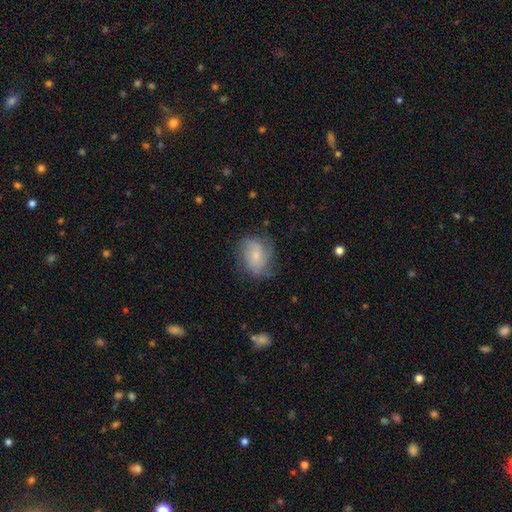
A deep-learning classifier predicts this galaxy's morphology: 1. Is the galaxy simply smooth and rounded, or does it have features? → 54% featured or disk, 38% smooth, 9% star or artifact.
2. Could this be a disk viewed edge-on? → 97% no, 3% yes.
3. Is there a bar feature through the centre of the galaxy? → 68% no, 28% weak, 5% strong.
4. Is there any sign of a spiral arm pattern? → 83% yes, 17% no.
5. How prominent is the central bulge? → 68% small, 23% moderate, 5% none, 2% large, 1% dominant.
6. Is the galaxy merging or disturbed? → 61% none, 25% minor disturbance, 13% major disturbance, 1% merger.